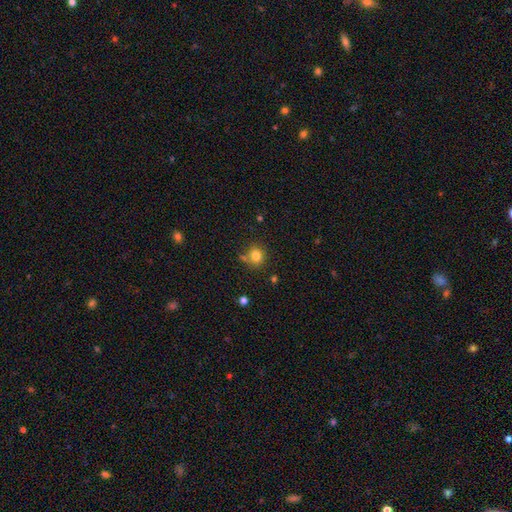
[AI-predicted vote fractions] A smooth galaxy with no disk features (80%) that is round (86%). Merging: none (72%).